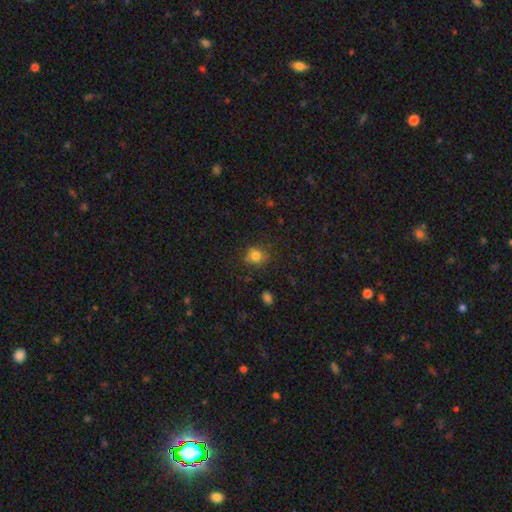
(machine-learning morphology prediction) Smooth or featured? smooth (75%)
How rounded? round (74%)
Merging? none (69%)